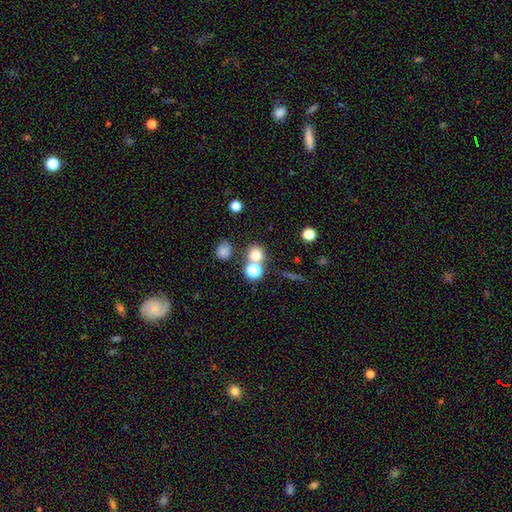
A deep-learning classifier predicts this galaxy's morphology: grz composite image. It shows a smooth galaxy with no disk features (74%) that is round (87%). Merging: none (65%).